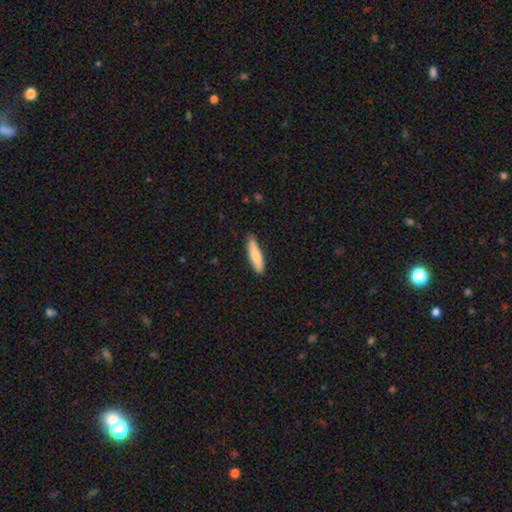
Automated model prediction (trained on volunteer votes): Smooth or featured? Predicted: smooth (p=0.77). How rounded? Predicted: cigar-shaped (p=0.77). Merging? Predicted: none (p=0.86).